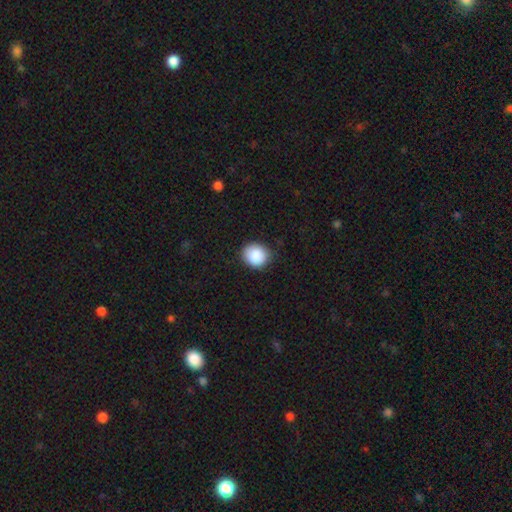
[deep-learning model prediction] This appears to be a smooth galaxy with no disk features (88%) that is round (75%). Merging: none (83%).